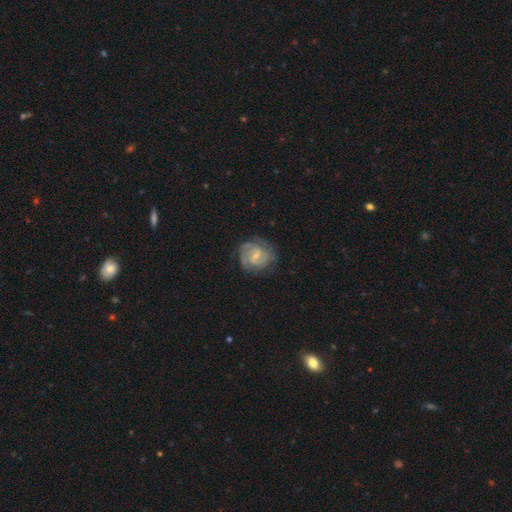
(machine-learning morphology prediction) This appears to be a featured or disk galaxy (84%) with a weak bar (56%), 2 (55%) tight (51%) spiral arms (96%) and a small central bulge (66%). Merging: none (74%).